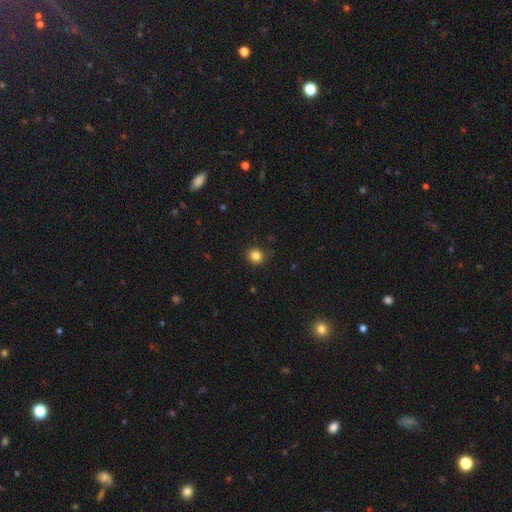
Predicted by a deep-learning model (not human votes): smooth-or-featured: smooth: 84% | star or artifact: 12% | featured or disk: 4%
  how-rounded: round: 90% | in between: 9% | cigar-shaped: 1%
  merging: none: 91% | minor disturbance: 6% | major disturbance: 2% | merger: 1%